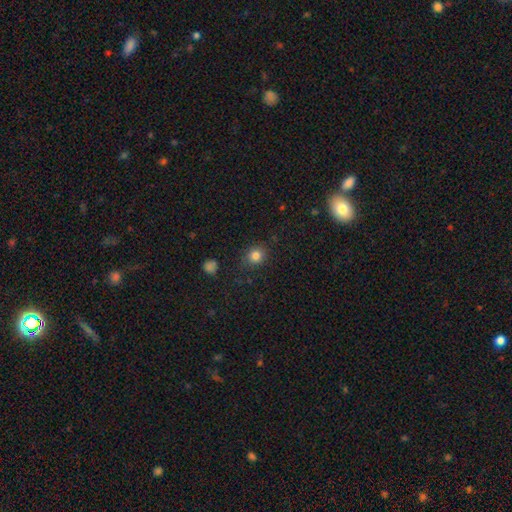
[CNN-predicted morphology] This appears to be a smooth galaxy with no disk features (81%) that is round (78%). Merging: none (80%).